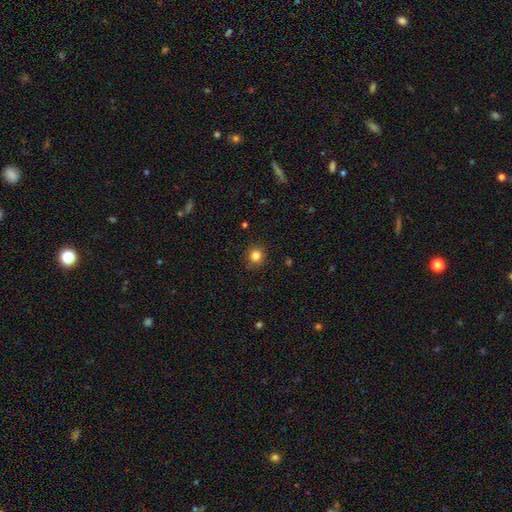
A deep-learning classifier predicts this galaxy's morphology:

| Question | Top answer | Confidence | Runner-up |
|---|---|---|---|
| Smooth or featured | smooth | 84% | star or artifact (12%) |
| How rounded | round | 92% | in between (7%) |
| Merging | none | 89% | minor disturbance (8%) |